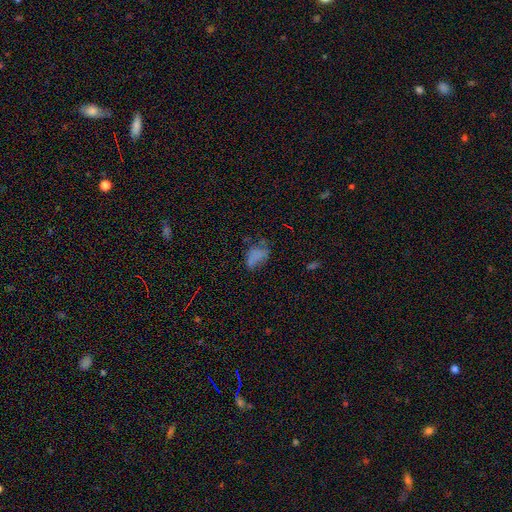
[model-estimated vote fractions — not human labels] A smooth galaxy with no disk features (66%) that is in between round and cigar-shaped (88%). Merging: none (38%).